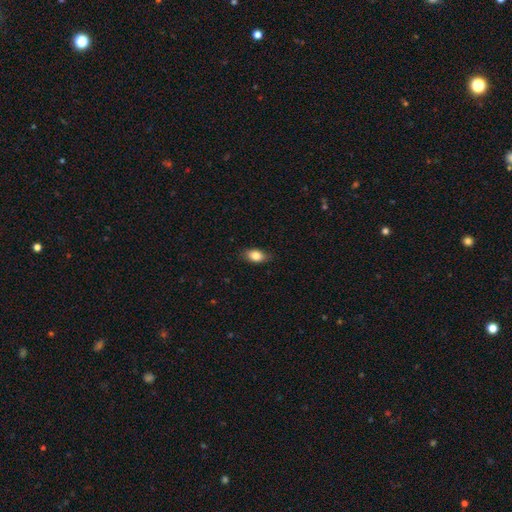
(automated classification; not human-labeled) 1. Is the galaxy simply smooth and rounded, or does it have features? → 84% smooth, 8% featured or disk, 8% star or artifact.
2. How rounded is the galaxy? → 84% in between, 12% round, 3% cigar-shaped.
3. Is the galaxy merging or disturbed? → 81% none, 15% minor disturbance, 3% major disturbance, 1% merger.